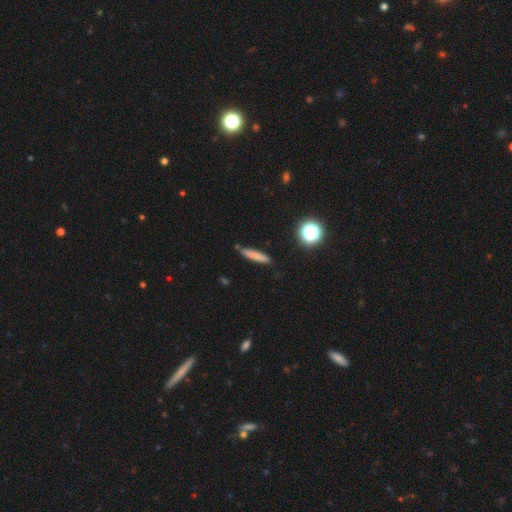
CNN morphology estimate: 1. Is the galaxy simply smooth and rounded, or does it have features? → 75% smooth, 14% featured or disk, 11% star or artifact.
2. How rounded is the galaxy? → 90% cigar-shaped, 8% in between, 2% round.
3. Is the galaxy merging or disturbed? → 82% none, 12% minor disturbance, 3% merger, 2% major disturbance.